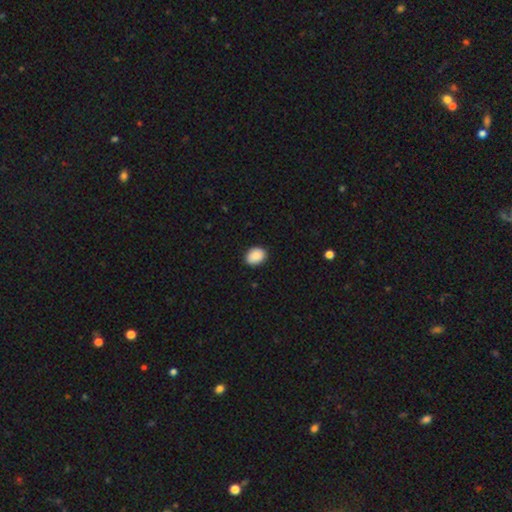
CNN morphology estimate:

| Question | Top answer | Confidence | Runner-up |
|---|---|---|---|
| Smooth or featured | smooth | 90% | star or artifact (7%) |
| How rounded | in between | 67% | round (32%) |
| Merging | none | 87% | minor disturbance (10%) |